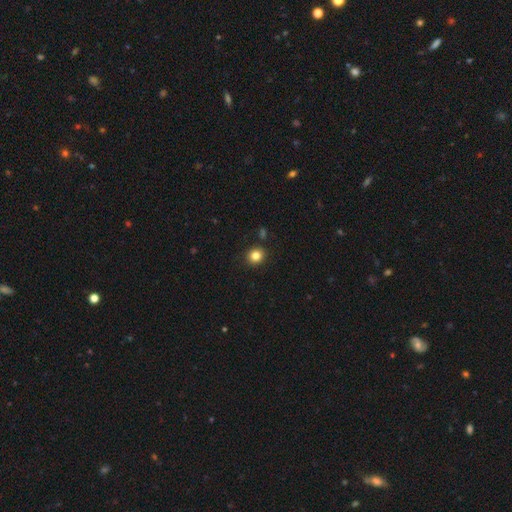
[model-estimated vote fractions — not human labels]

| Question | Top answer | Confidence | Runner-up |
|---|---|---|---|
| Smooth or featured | smooth | 84% | star or artifact (11%) |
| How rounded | round | 81% | in between (19%) |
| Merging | none | 89% | minor disturbance (7%) |